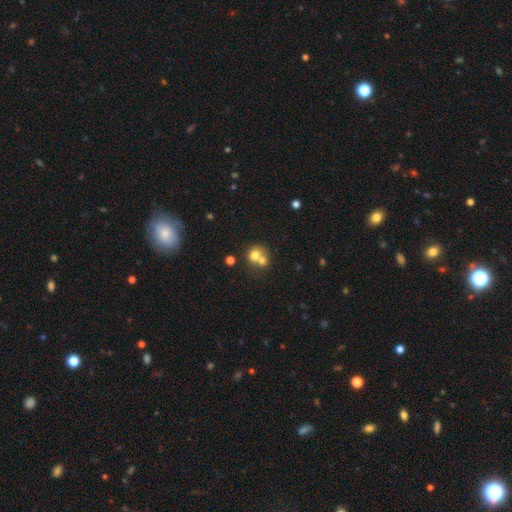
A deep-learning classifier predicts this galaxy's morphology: Smooth or featured? smooth (71%)
How rounded? round (80%)
Merging? merger (58%)